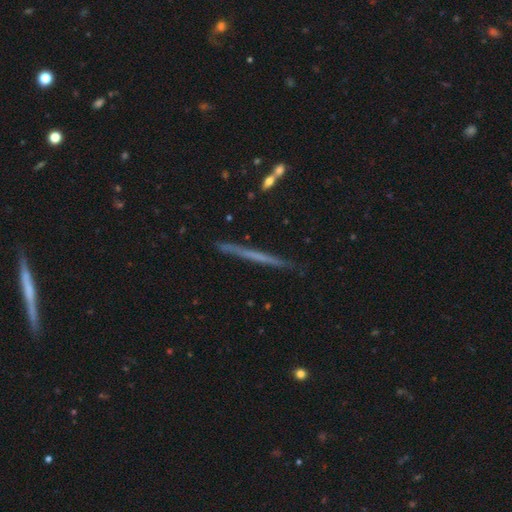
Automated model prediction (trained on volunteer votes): This appears to be a featured or disk galaxy (54%) viewed edge-on (97%) with no central bulge (89%). Merging: none (88%).